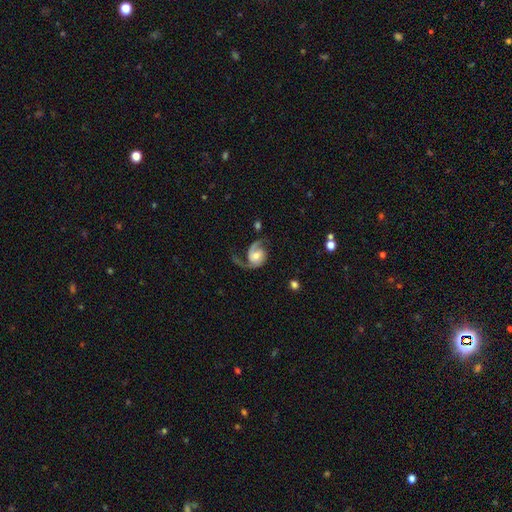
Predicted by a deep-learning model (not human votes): Smooth or featured? Predicted: featured or disk (p=0.86). Edge-on disk? Predicted: no (p=0.98). Bar? Predicted: no (p=0.60). Spiral arms? Predicted: yes (p=0.96). Spiral winding? Predicted: medium (p=0.46). Spiral arm count? Predicted: 2 (p=0.79). Bulge size? Predicted: moderate (p=0.57). Merging? Predicted: none (p=0.55).